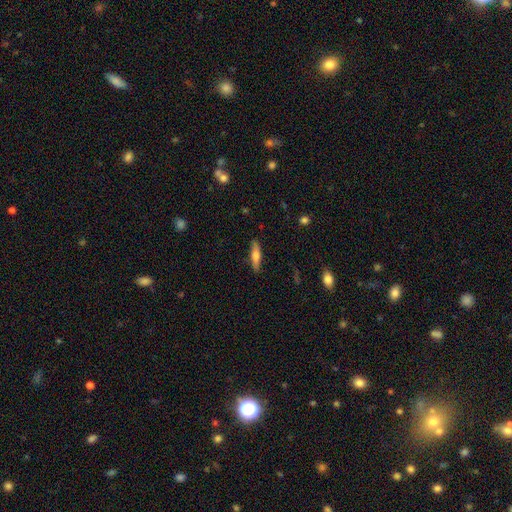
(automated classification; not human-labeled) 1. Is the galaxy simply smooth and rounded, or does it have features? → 60% smooth, 34% featured or disk, 6% star or artifact.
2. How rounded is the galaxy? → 76% cigar-shaped, 22% in between, 2% round.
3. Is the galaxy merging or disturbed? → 85% none, 11% minor disturbance, 2% major disturbance, 1% merger.